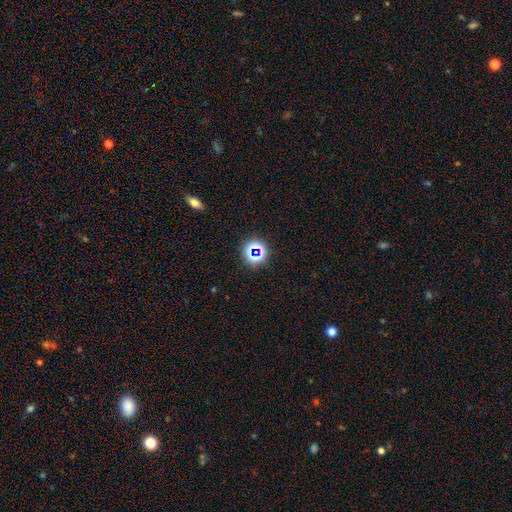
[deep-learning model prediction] star or artifact 64%, smooth 26%, featured or disk 9%.